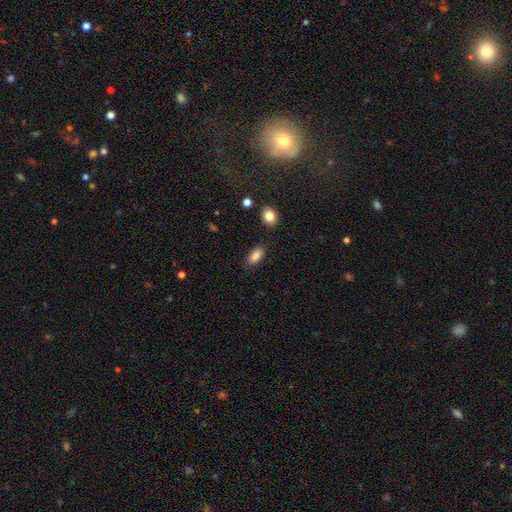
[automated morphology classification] Smooth or featured? Predicted: smooth (p=0.86). How rounded? Predicted: in between (p=0.90). Merging? Predicted: none (p=0.84).